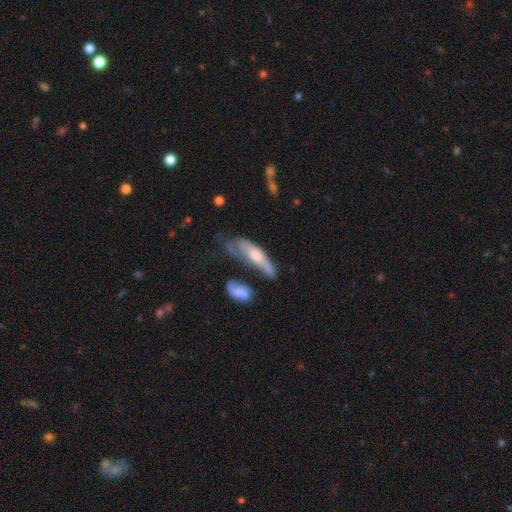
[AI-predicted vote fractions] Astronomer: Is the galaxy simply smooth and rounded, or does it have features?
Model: smooth — 51% (runner-up: featured or disk, 41%).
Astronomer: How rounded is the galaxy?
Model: in between — 49%, tied with cigar-shaped at 49%.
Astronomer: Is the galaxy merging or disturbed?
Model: major disturbance — 32% (runner-up: minor disturbance, 27%).